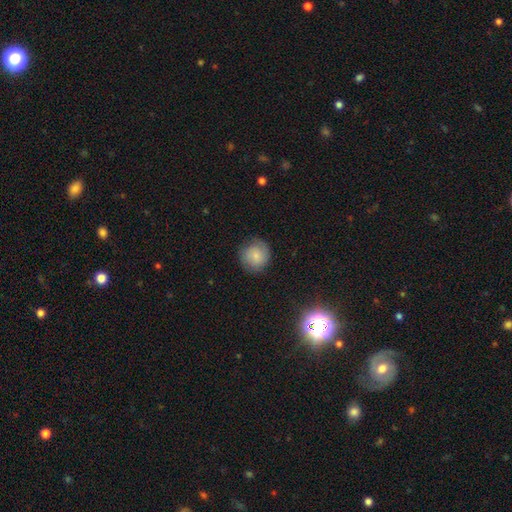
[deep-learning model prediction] The model was most divided on "smooth or featured": smooth: 74%, featured or disk: 17%, star or artifact: 9%. More confident: how rounded — round (91%); merging — none (79%).